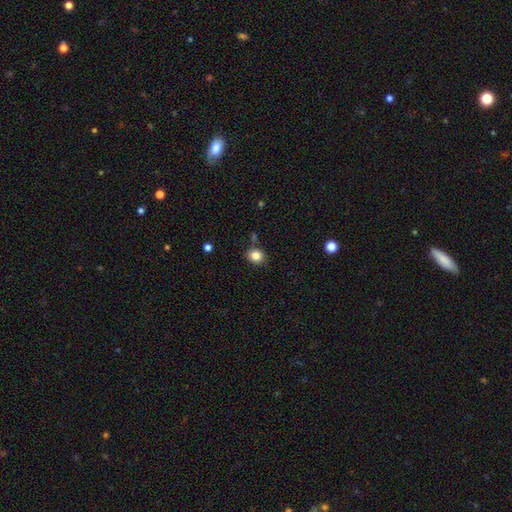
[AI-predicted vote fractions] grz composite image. It shows a smooth galaxy with no disk features (83%) that is round (68%). Merging: none (82%).